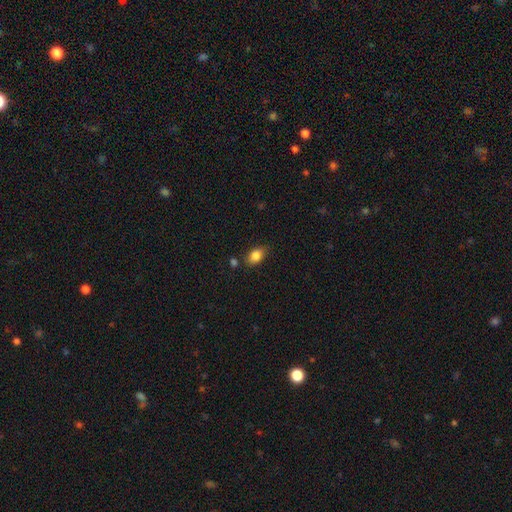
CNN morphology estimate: This is clearly a smooth galaxy (84%). How rounded: likely in between (79%). Merging: likely none (76%).